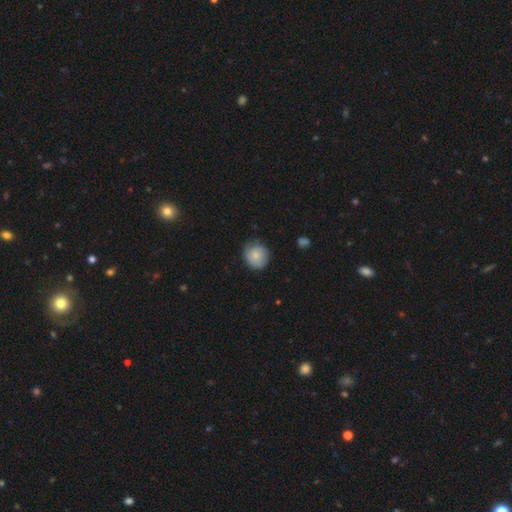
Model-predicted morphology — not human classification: type=smooth (75%); roundness=round (85%); merging=none (70%).